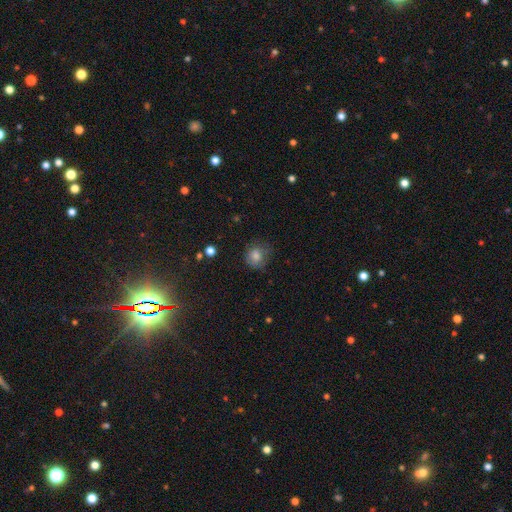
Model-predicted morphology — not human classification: Smooth or featured? Predicted: smooth (p=0.77). How rounded? Predicted: round (p=0.82). Merging? Predicted: none (p=0.67).